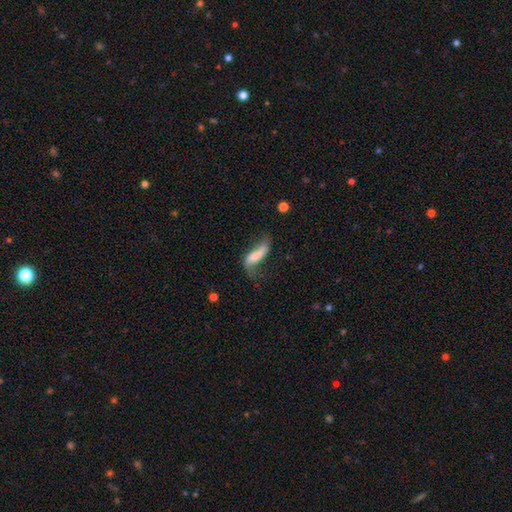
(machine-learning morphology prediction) Overall: featured or disk (55%; smooth 36%). Edge-on disk: no (80%). Merging: none (43%; major disturbance 26%).